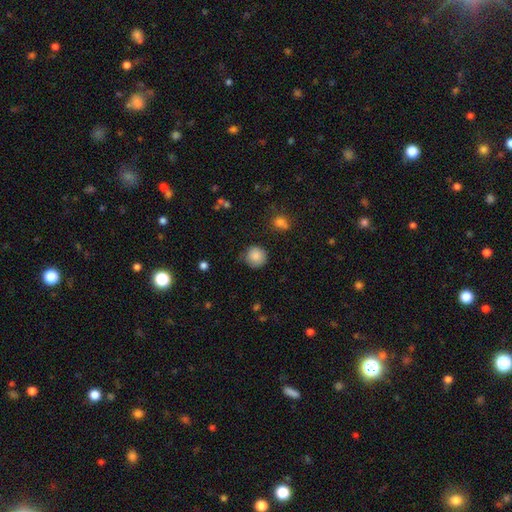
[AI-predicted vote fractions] Smooth or featured: smooth — 85% (star or artifact — 9%)
How rounded: round — 91% (in between — 8%)
Merging: none — 75% (minor disturbance — 19%)